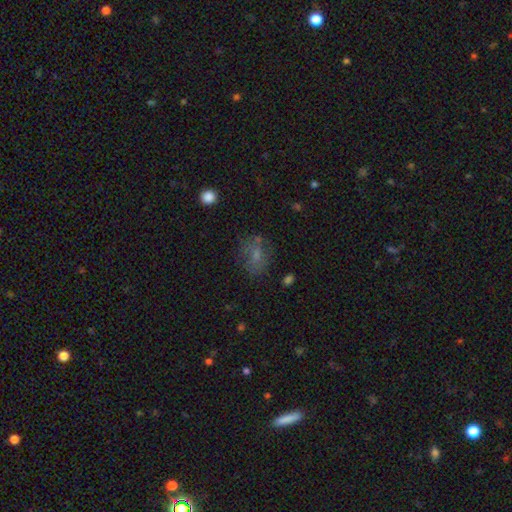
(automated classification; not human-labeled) Smooth or featured? smooth (57%)
How rounded? in between (56%)
Merging? none (57%)